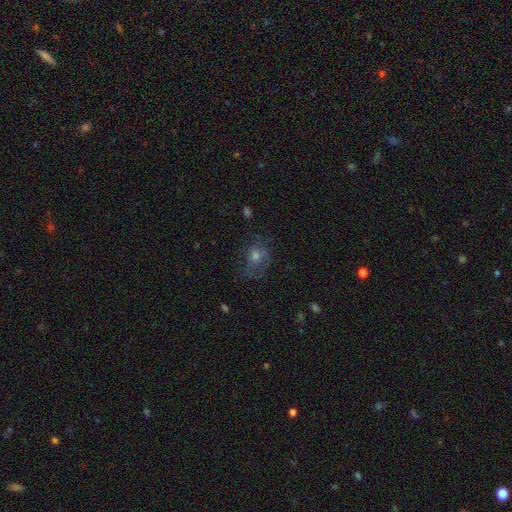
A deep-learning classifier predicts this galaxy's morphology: Smooth or featured? smooth (43%)
Merging? none (57%)